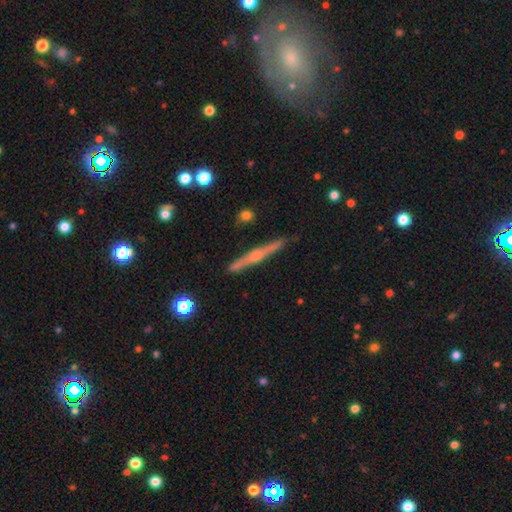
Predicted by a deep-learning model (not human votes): A featured or disk galaxy (71%) viewed edge-on (98%) with a rounded central bulge (71%). Merging: none (90%).